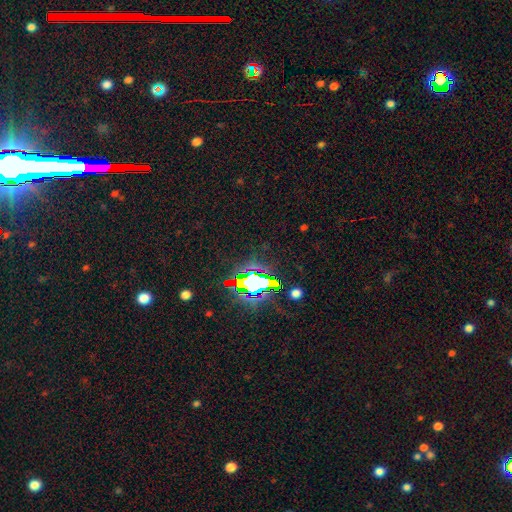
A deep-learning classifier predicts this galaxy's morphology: Smooth or featured: star or artifact — 82% (smooth — 10%)